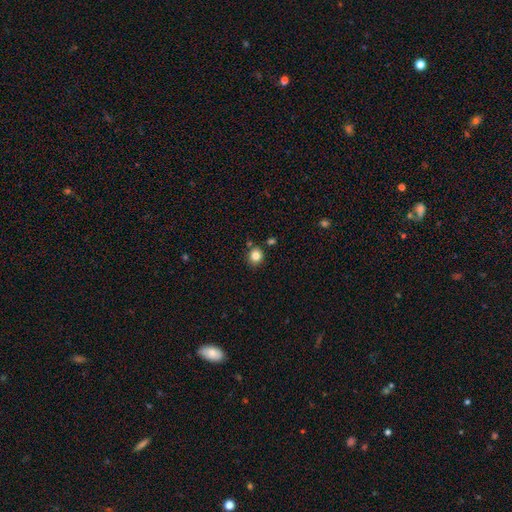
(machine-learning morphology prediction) This is clearly a smooth galaxy (83%). How rounded: clearly round (87%). Merging: clearly none (83%).